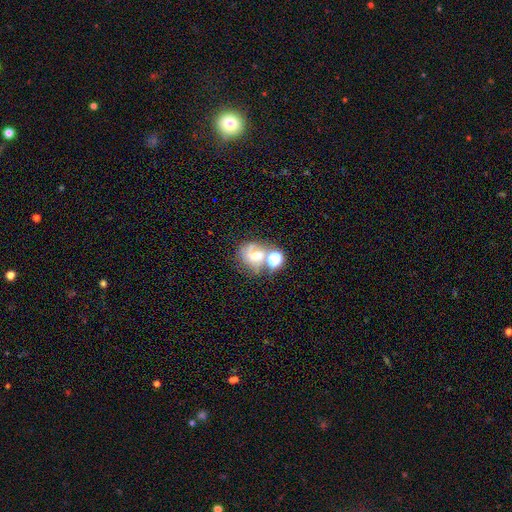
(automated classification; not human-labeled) Smooth or featured: smooth — 40% (featured or disk — 37%)
Merging: merger — 38% (none — 33%)